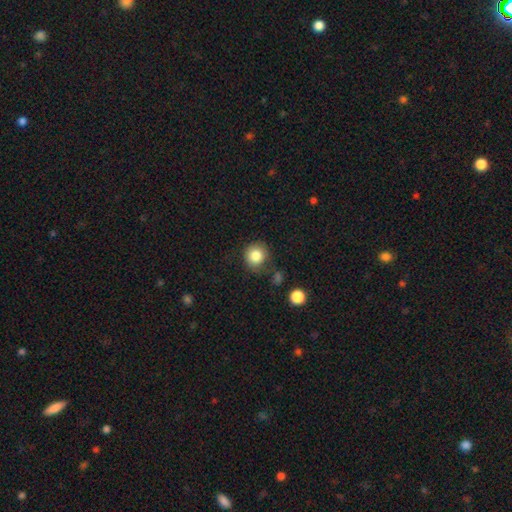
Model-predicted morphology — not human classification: Smooth or featured?
  - smooth: 84% *
  - star or artifact: 9%
  - featured or disk: 6%
How rounded?
  - round: 87% *
  - in between: 12%
  - cigar-shaped: 1%
Merging?
  - none: 76% *
  - minor disturbance: 15%
  - major disturbance: 5%
  - merger: 4%